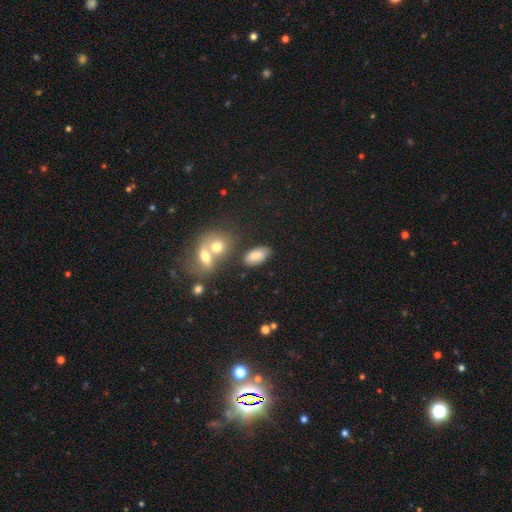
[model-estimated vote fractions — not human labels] The model was most divided on "merging": none: 70%, minor disturbance: 14%, merger: 11%, major disturbance: 5%. More confident: how rounded — in between (91%); smooth or featured — smooth (78%).